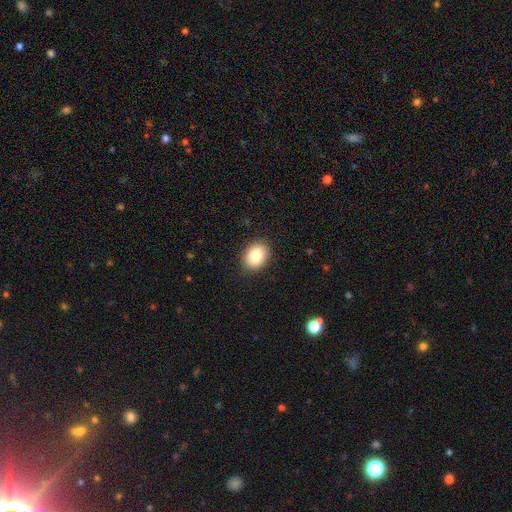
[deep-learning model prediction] This appears to be a smooth galaxy with no disk features (86%) that is in between round and cigar-shaped (60%). Merging: none (87%).